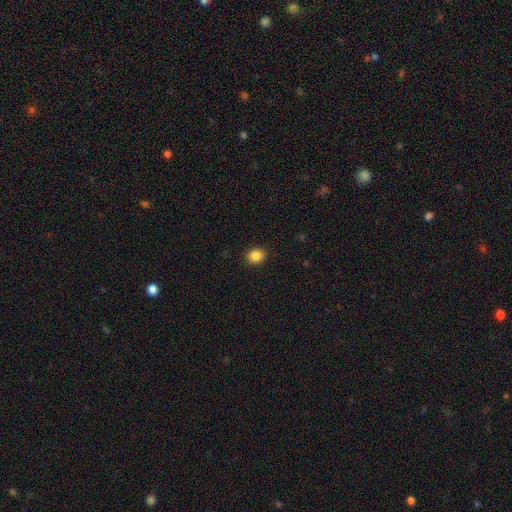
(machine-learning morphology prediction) Overall: smooth (87%). How rounded: round (60%; in between 39%). Merging: none (90%).